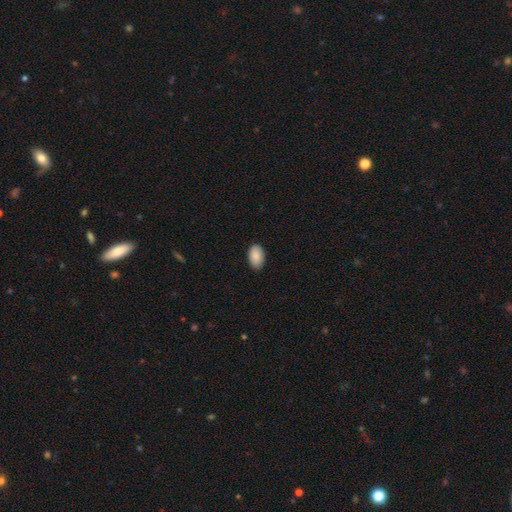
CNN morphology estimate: Overall: smooth (88%). How rounded: in between (93%). Merging: none (88%).